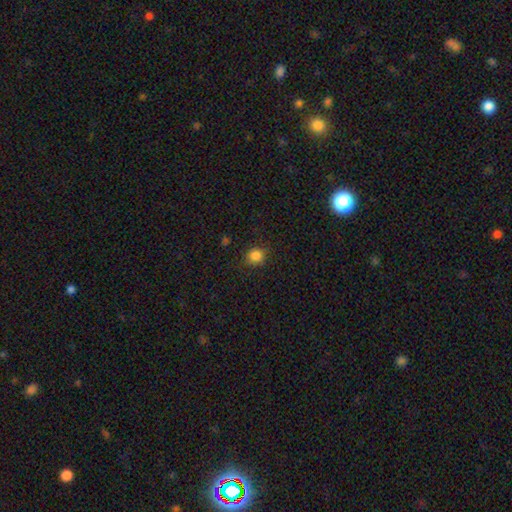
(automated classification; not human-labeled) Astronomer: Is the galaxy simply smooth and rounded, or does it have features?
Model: smooth — 85%.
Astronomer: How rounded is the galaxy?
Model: round — 84%.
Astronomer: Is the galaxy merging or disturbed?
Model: none — 86%.